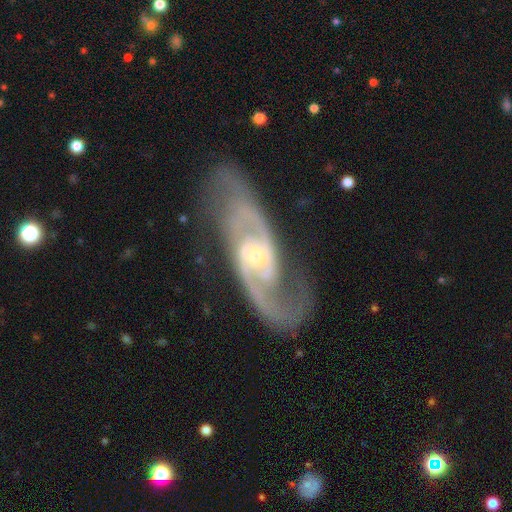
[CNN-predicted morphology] smooth_or_featured: featured or disk (p=0.91) [alt: star or artifact p=0.05]
disk_edge_on: no (p=0.95) [alt: yes p=0.05]
bar: no (p=0.45) [alt: weak p=0.40]
has_spiral_arms: yes (p=0.98) [alt: no p=0.02]
spiral_winding: medium (p=0.55) [alt: loose p=0.24]
spiral_arm_count: 2 (p=0.91) [alt: can't tell p=0.03]
bulge_size: small (p=0.65) [alt: moderate p=0.31]
merging: none (p=0.74) [alt: minor disturbance p=0.15]